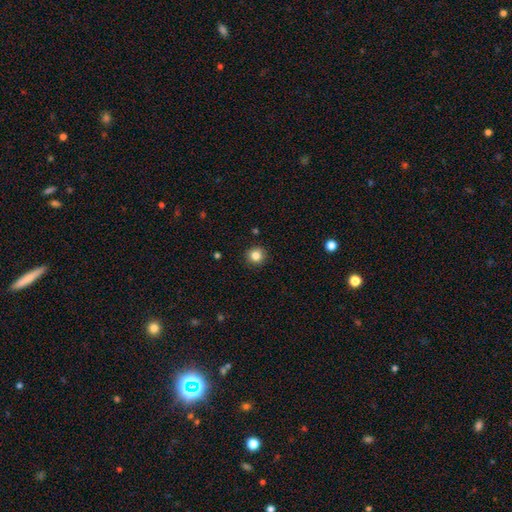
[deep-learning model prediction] smooth-or-featured: smooth: 83% | star or artifact: 11% | featured or disk: 5%
  how-rounded: round: 92% | in between: 7% | cigar-shaped: 1%
  merging: none: 91% | minor disturbance: 7% | major disturbance: 2% | merger: 1%